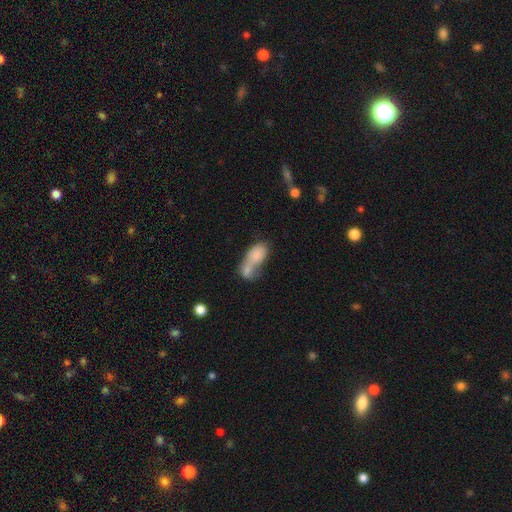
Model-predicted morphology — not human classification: smooth-or-featured: smooth: 75% | featured or disk: 17% | star or artifact: 8%
  how-rounded: in between: 85% | round: 9% | cigar-shaped: 7%
  merging: merger: 66% | none: 15% | major disturbance: 10% | minor disturbance: 9%